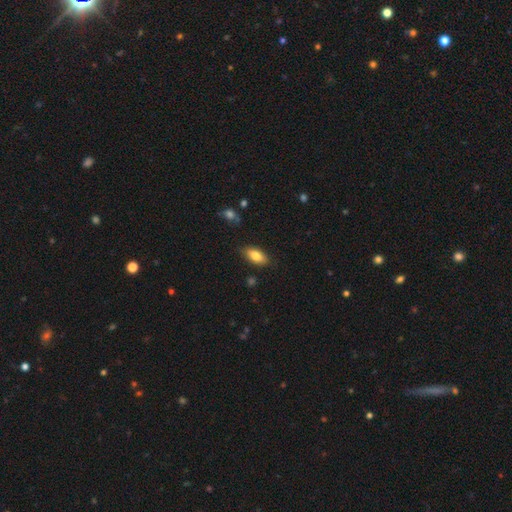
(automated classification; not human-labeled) A smooth galaxy with no disk features (82%) that is in between round and cigar-shaped (86%).

Vote fractions:
- Smooth or featured? smooth: 82% / featured or disk: 11% / star or artifact: 7%
- How rounded? in between: 86% / cigar-shaped: 11% / round: 3%
- Merging? none: 82% / minor disturbance: 13% / major disturbance: 3% / merger: 2%